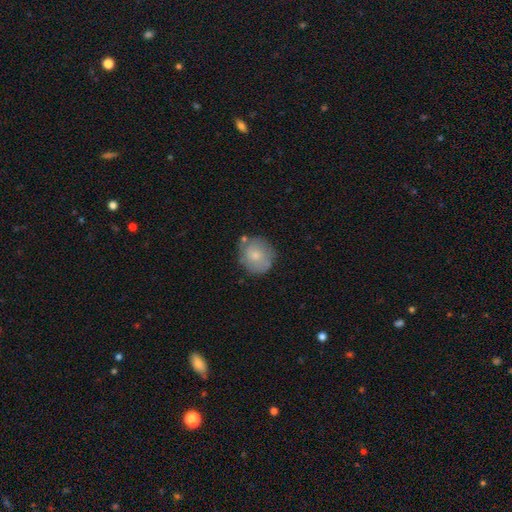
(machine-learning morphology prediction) This is likely a smooth galaxy (66%). How rounded: clearly round (84%). Merging: likely none (66%).